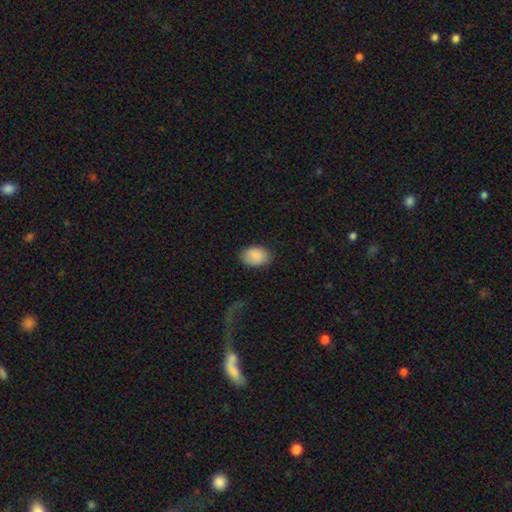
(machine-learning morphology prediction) The model was most divided on "merging": none: 82%, minor disturbance: 13%, major disturbance: 4%, merger: 1%. More confident: smooth or featured — smooth (89%); how rounded — in between (84%).